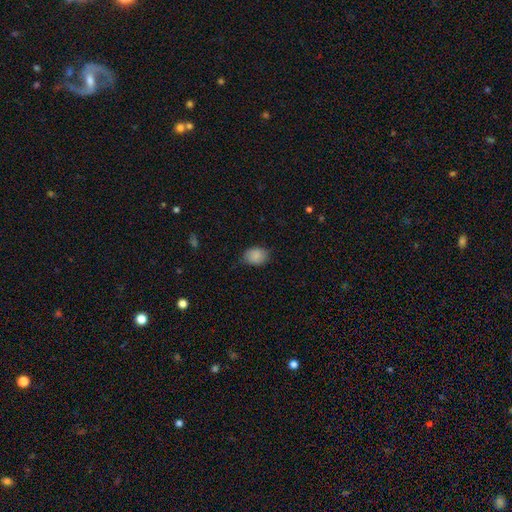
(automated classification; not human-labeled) smooth_or_featured: smooth (p=0.85) [alt: star or artifact p=0.08]
how_rounded: in between (p=0.64) [alt: round p=0.35]
merging: none (p=0.71) [alt: minor disturbance p=0.23]